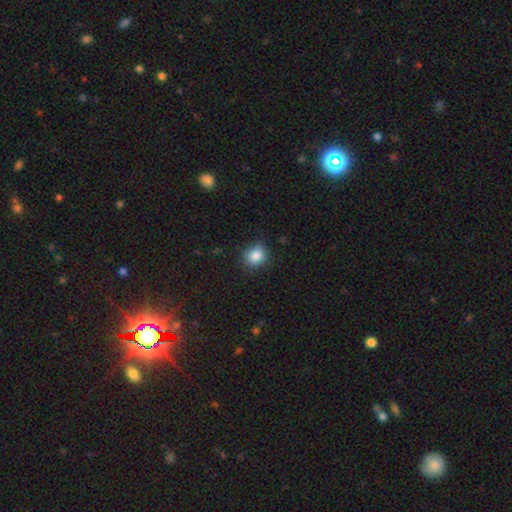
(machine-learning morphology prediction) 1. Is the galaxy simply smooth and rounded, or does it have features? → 85% smooth, 10% star or artifact, 5% featured or disk.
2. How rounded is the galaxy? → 71% round, 28% in between, 1% cigar-shaped.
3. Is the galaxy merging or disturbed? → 79% none, 16% minor disturbance, 3% major disturbance, 1% merger.